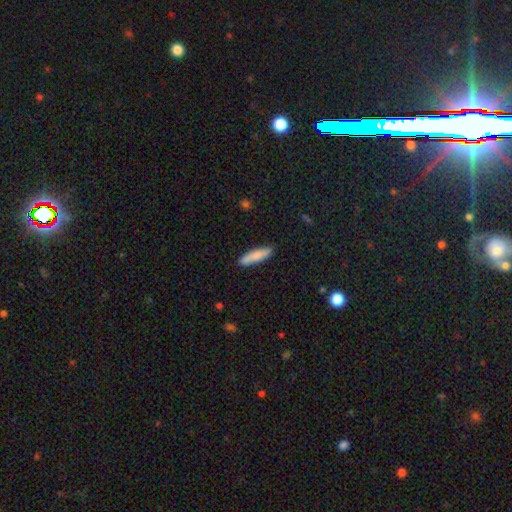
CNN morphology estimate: A smooth galaxy with no disk features (81%) that is cigar-shaped (79%). Merging: none (87%).